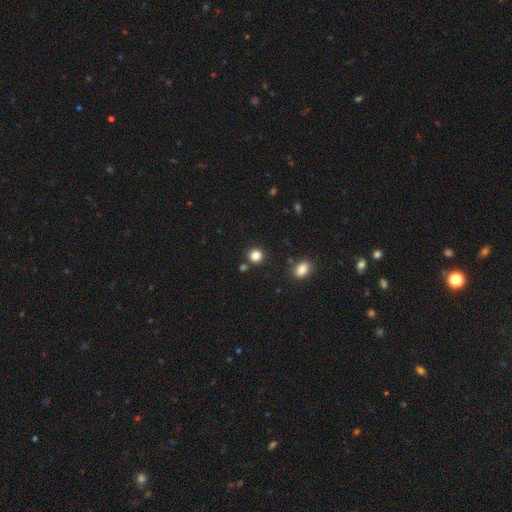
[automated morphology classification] Smooth or featured?
  - smooth: 83% *
  - star or artifact: 13%
  - featured or disk: 4%
How rounded?
  - round: 90% *
  - in between: 9%
  - cigar-shaped: 1%
Merging?
  - none: 86% *
  - minor disturbance: 7%
  - merger: 5%
  - major disturbance: 2%